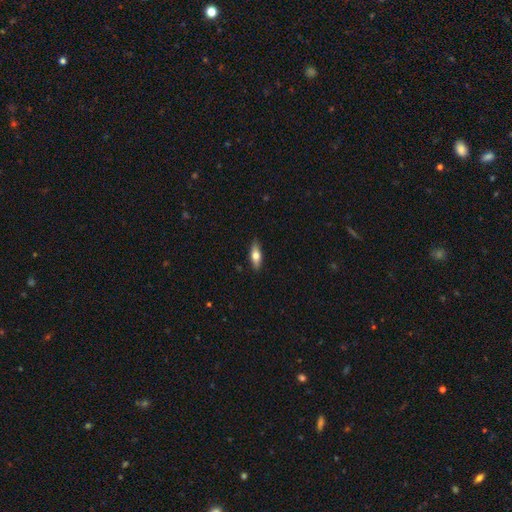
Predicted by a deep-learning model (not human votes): Morphology: type=smooth (61%); roundness=in between (60%); merging=none (88%).